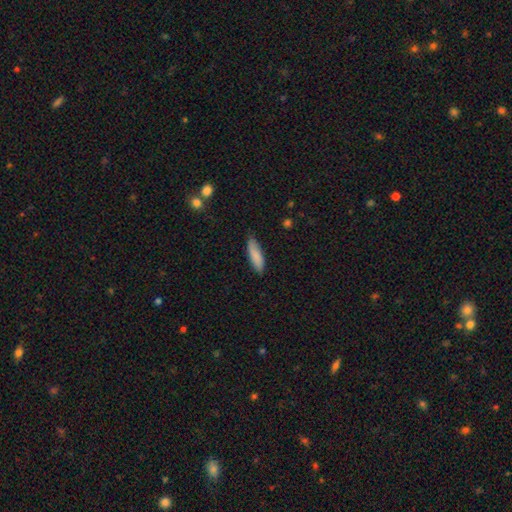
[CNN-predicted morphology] Smooth or featured?
  - smooth: 85% *
  - featured or disk: 10%
  - star or artifact: 6%
How rounded?
  - cigar-shaped: 54% *
  - in between: 45%
  - round: 2%
Merging?
  - none: 80% *
  - minor disturbance: 16%
  - major disturbance: 2%
  - merger: 1%